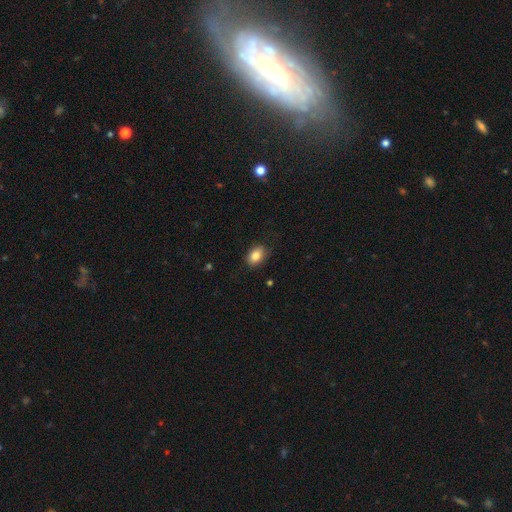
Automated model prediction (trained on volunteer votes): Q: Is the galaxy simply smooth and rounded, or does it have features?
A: smooth — 85%.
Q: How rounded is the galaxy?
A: in between — 81%.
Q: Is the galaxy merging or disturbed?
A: none — 82%.